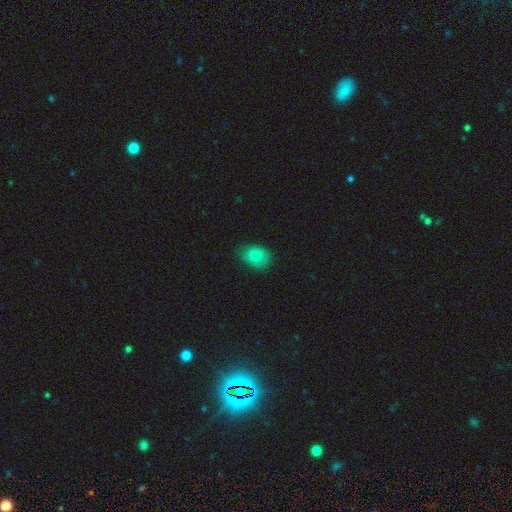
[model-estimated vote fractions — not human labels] Morphology: type=smooth (70%); roundness=in between (67%); merging=none (60%).